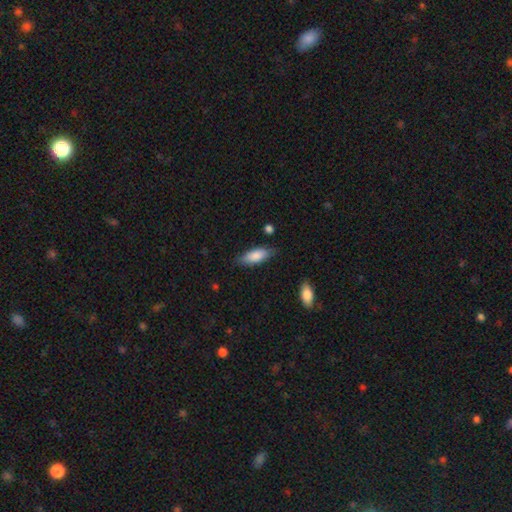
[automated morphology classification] smooth-or-featured: smooth: 83% | featured or disk: 11% | star or artifact: 6%
  how-rounded: in between: 72% | cigar-shaped: 26% | round: 2%
  merging: none: 79% | minor disturbance: 17% | major disturbance: 3% | merger: 2%